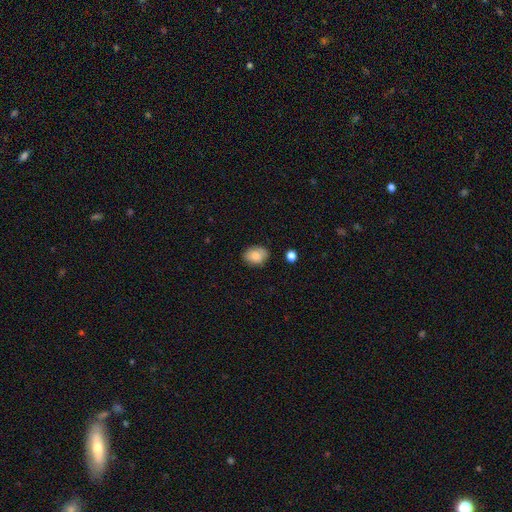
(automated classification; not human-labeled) Smooth or featured? Predicted: smooth (p=0.83). How rounded? Predicted: in between (p=0.77). Merging? Predicted: none (p=0.79).